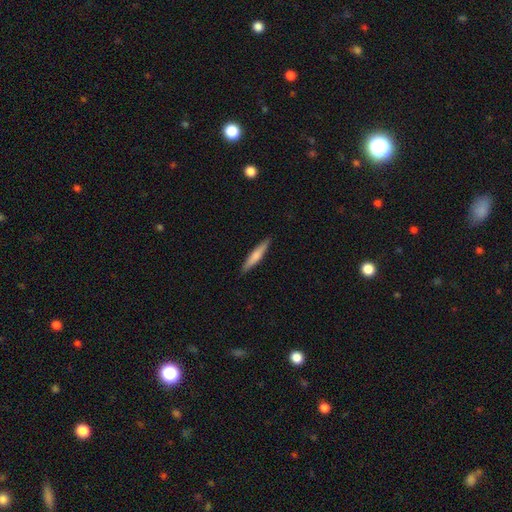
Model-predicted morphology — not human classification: This is likely a smooth galaxy (68%). How rounded: clearly cigar-shaped (91%). Merging: clearly none (90%).